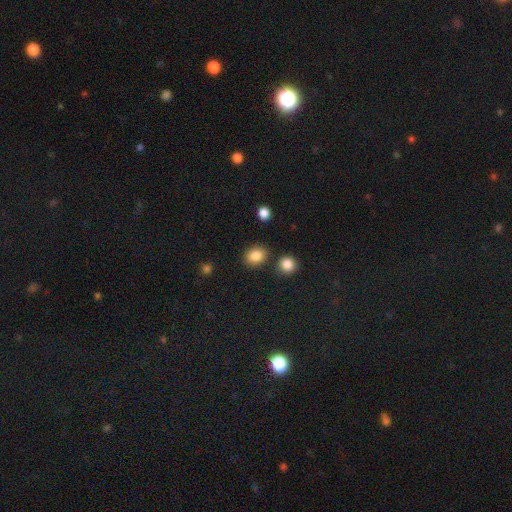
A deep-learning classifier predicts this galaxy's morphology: This appears to be a smooth galaxy with no disk features (85%) that is round (50%). Merging: none (81%).